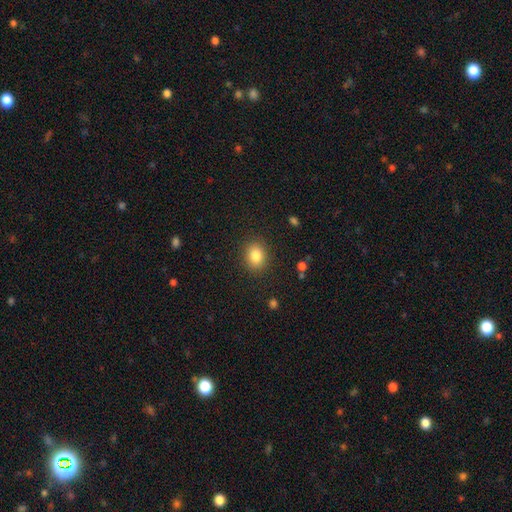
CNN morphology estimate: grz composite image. It shows a smooth galaxy with no disk features (83%) that is round (54%). Merging: none (88%).